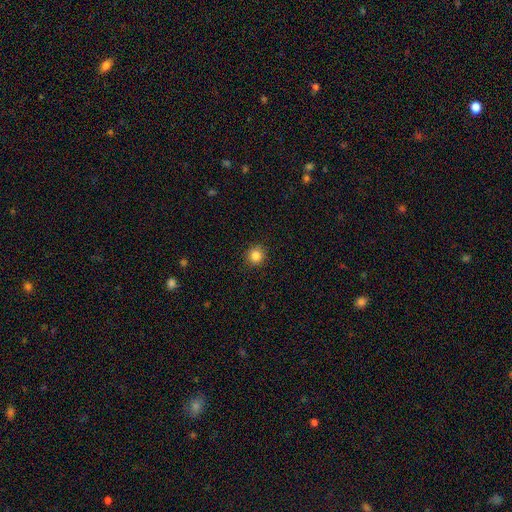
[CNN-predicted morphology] The model was most divided on "smooth or featured": smooth: 85%, star or artifact: 11%, featured or disk: 4%. More confident: how rounded — round (93%); merging — none (90%).